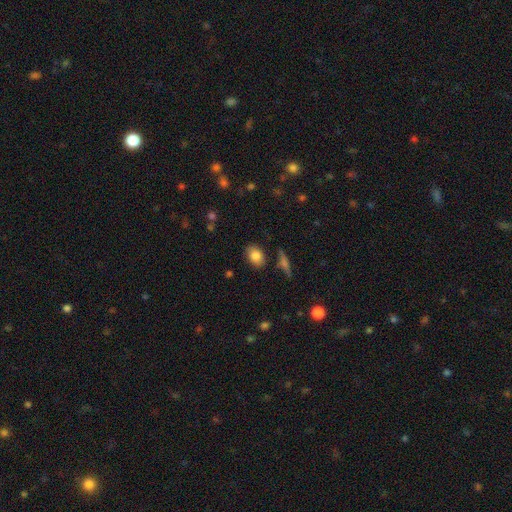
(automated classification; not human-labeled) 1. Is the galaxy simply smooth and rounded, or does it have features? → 83% smooth, 9% featured or disk, 8% star or artifact.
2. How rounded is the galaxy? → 76% in between, 22% round, 2% cigar-shaped.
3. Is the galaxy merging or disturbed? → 83% none, 11% minor disturbance, 3% merger, 3% major disturbance.